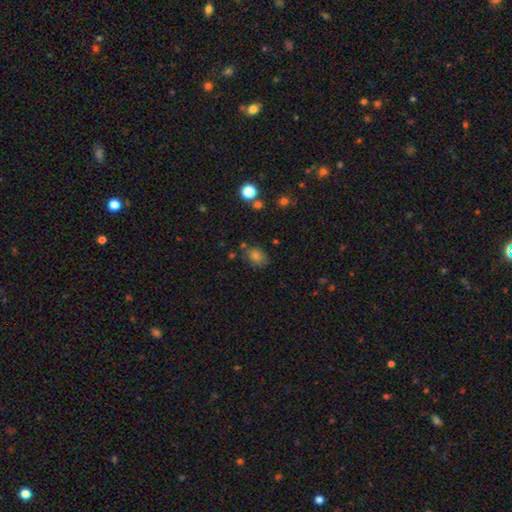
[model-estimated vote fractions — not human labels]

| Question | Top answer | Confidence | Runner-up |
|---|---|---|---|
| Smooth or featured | smooth | 73% | star or artifact (18%) |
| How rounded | in between | 57% | round (42%) |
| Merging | none | 76% | minor disturbance (15%) |